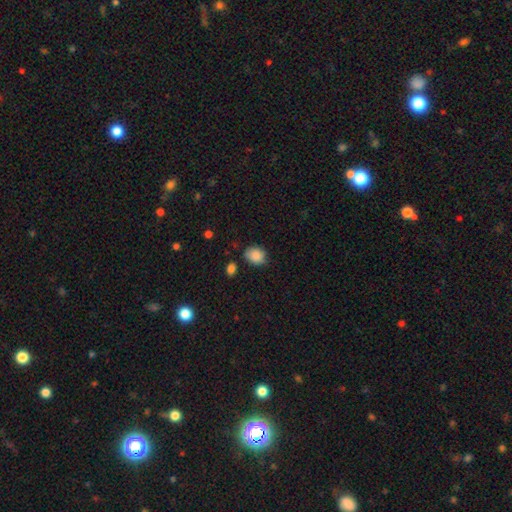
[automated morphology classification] smooth 87%, star or artifact 8%, featured or disk 5%. Down the decision tree: how rounded — in between (50%); merging — none (68%).